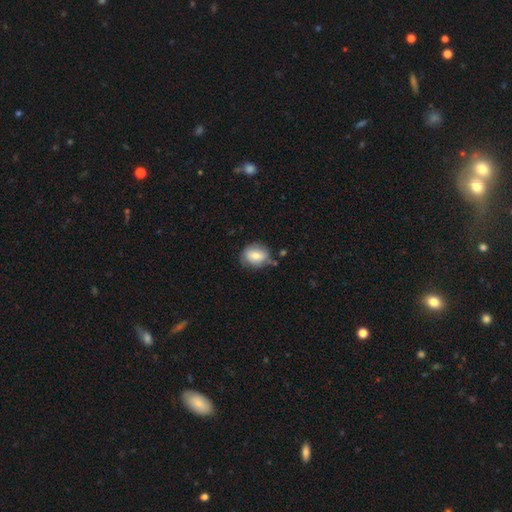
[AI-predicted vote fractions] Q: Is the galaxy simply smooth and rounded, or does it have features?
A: smooth — 69%.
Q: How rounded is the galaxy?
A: round — 60%.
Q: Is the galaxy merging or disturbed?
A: none — 62%.